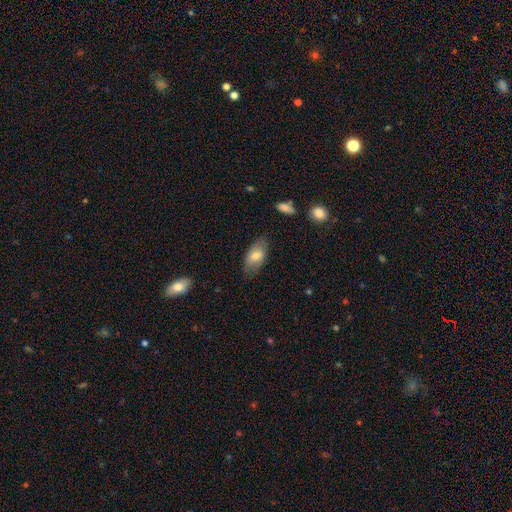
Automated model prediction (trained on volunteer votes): Smooth or featured: smooth — 71% (featured or disk — 23%)
How rounded: in between — 91% (cigar-shaped — 5%)
Merging: none — 76% (minor disturbance — 18%)